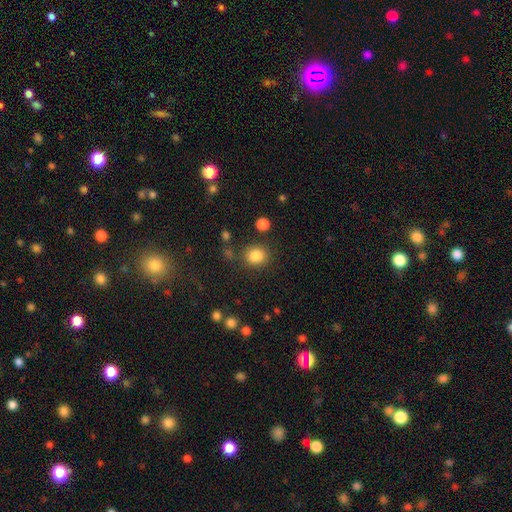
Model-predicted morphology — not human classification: A smooth galaxy with no disk features (85%) that is round (74%).

Vote fractions:
- Smooth or featured? smooth: 85% / star or artifact: 11% / featured or disk: 4%
- How rounded? round: 74% / in between: 25% / cigar-shaped: 1%
- Merging? none: 79% / minor disturbance: 11% / merger: 5% / major disturbance: 5%